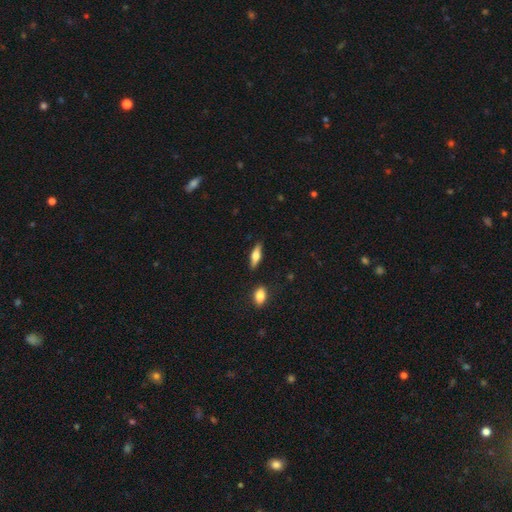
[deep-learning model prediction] Smooth or featured: smooth — 47% (featured or disk — 46%)
Merging: none — 86% (minor disturbance — 10%)